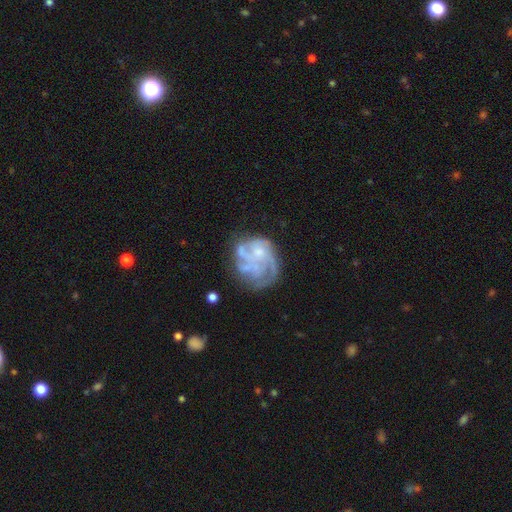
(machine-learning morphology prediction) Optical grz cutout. It shows a featured or disk galaxy (76%) with no bar (78%), tight (45%) spiral arms (81%) and a small central bulge (41%). Merging: none (51%).